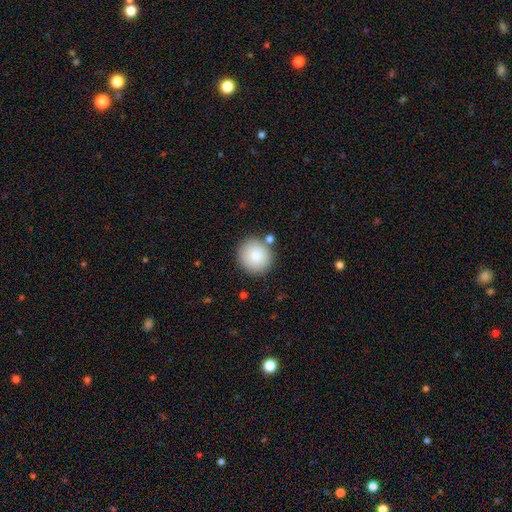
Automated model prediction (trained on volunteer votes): Smooth or featured: smooth — 83% (featured or disk — 9%)
How rounded: round — 93% (in between — 6%)
Merging: none — 84% (minor disturbance — 8%)